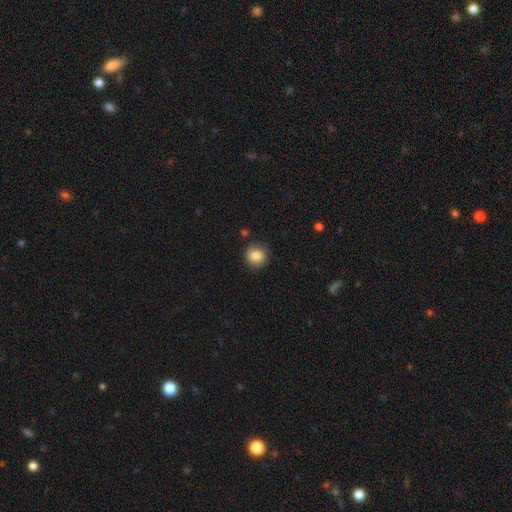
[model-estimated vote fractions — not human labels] smooth_or_featured: smooth (p=0.85) [alt: star or artifact p=0.09]
how_rounded: round (p=0.88) [alt: in between p=0.11]
merging: none (p=0.82) [alt: minor disturbance p=0.13]